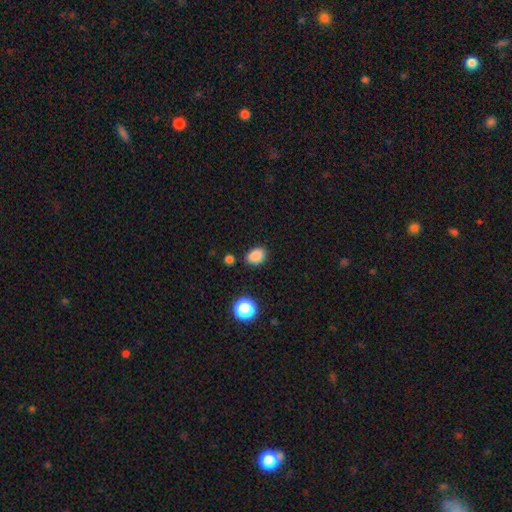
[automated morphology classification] smooth-or-featured: smooth: 85% | star or artifact: 11% | featured or disk: 4%
  how-rounded: in between: 68% | round: 31% | cigar-shaped: 1%
  merging: none: 81% | minor disturbance: 13% | merger: 4% | major disturbance: 3%